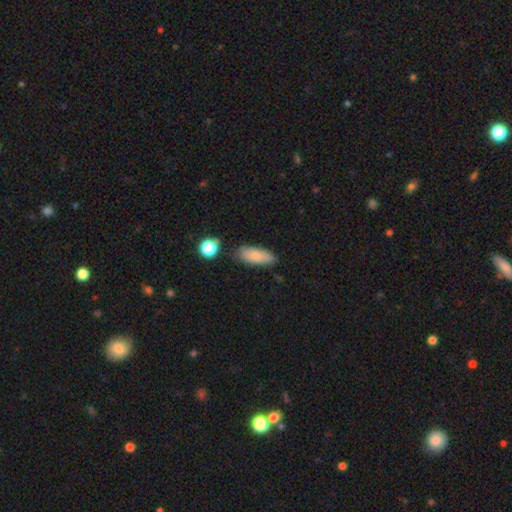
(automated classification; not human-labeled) Smooth or featured? smooth (79%)
How rounded? in between (80%)
Merging? none (75%)